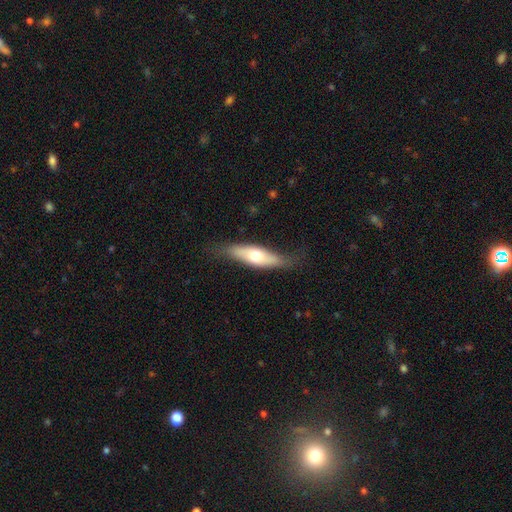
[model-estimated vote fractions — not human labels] Q: Smooth or featured?
A: smooth (53%); runner-up: featured or disk (41%)
Q: How rounded?
A: cigar-shaped (51%); runner-up: in between (47%)
Q: Merging?
A: none (72%); runner-up: minor disturbance (20%)